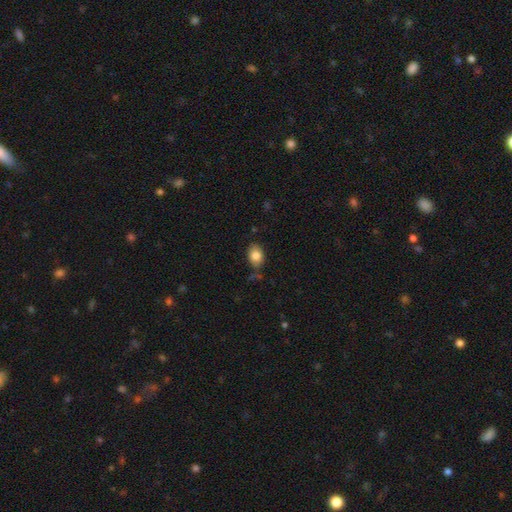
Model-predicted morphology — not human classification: smooth-or-featured: smooth: 84% | featured or disk: 8% | star or artifact: 8%
  how-rounded: in between: 76% | round: 23% | cigar-shaped: 1%
  merging: none: 75% | minor disturbance: 18% | major disturbance: 4% | merger: 4%